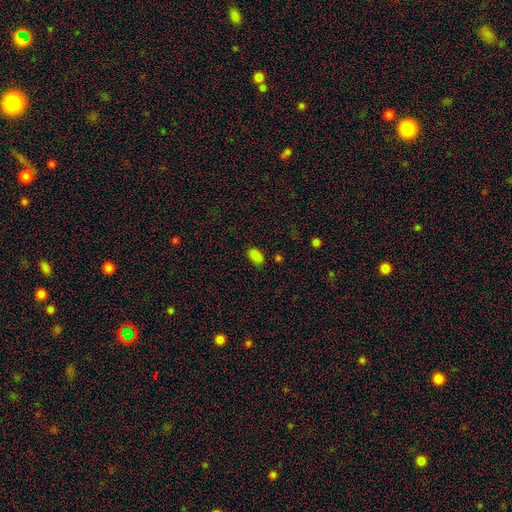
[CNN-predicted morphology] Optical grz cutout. It shows a smooth galaxy with no disk features (84%) that is in between round and cigar-shaped (92%). Merging: none (82%).